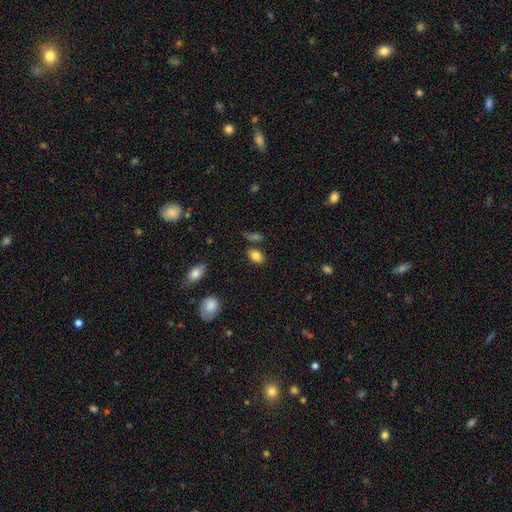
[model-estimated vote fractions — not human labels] Overall: smooth (83%). How rounded: in between (84%). Merging: none (76%).